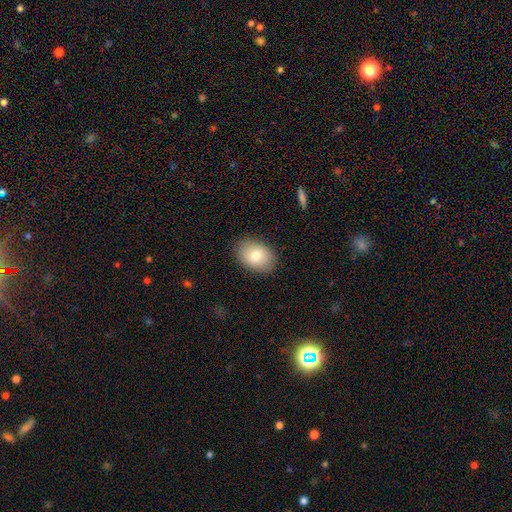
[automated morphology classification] Smooth or featured: smooth — 79% (featured or disk — 13%)
How rounded: in between — 74% (round — 25%)
Merging: none — 87% (minor disturbance — 9%)